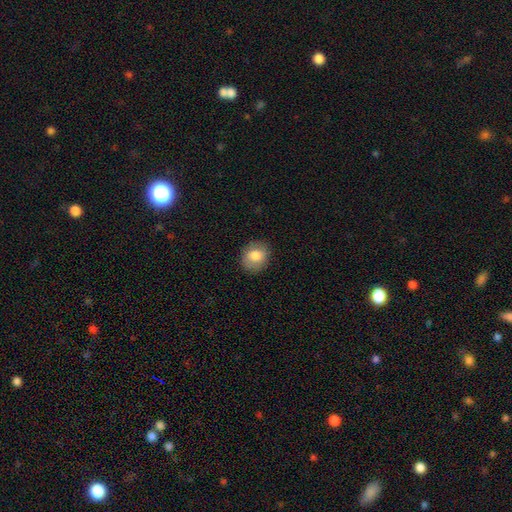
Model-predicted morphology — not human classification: The model was most divided on "how rounded": round: 64%, in between: 35%, cigar-shaped: 1%. More confident: merging — none (86%); smooth or featured — smooth (81%).